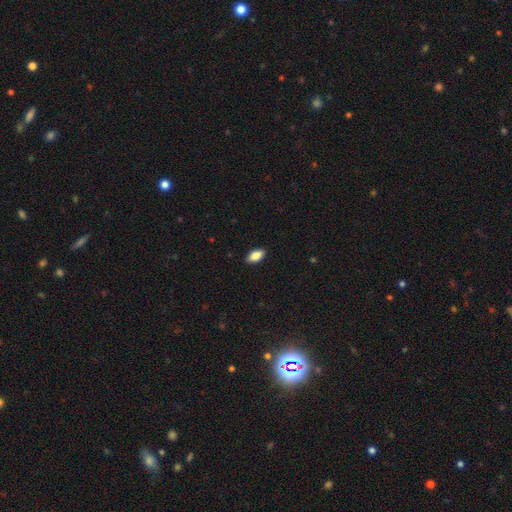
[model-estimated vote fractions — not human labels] smooth_or_featured: smooth (p=0.84) [alt: featured or disk p=0.09]
how_rounded: in between (p=0.91) [alt: cigar-shaped p=0.05]
merging: none (p=0.89) [alt: minor disturbance p=0.08]